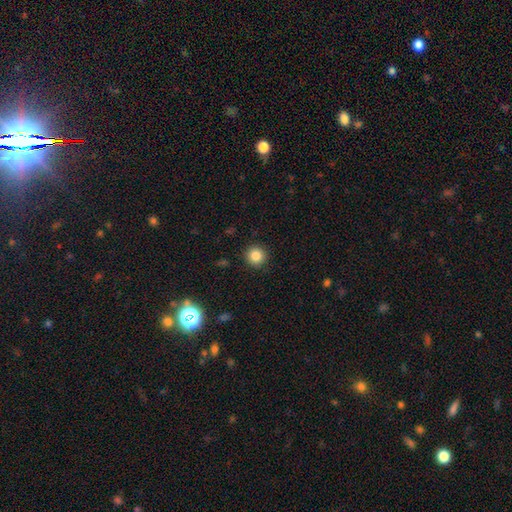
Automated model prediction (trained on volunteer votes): This is clearly a smooth galaxy (84%). How rounded: clearly round (94%). Merging: clearly none (91%).